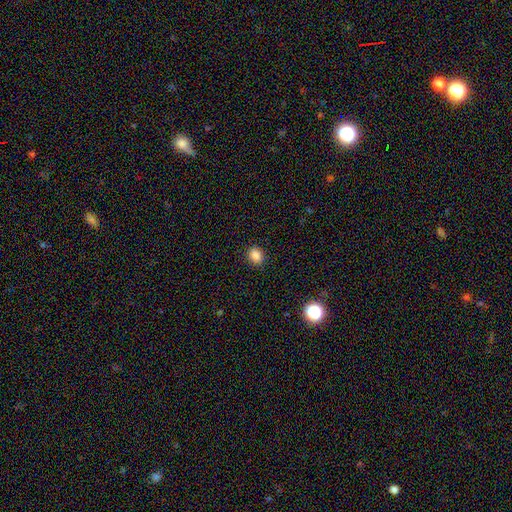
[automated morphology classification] Smooth or featured? smooth (86%)
How rounded? round (54%)
Merging? none (90%)